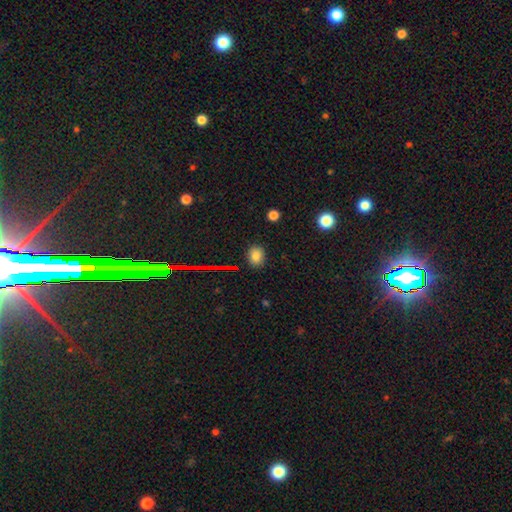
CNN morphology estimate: type=smooth (81%); roundness=round (49%, tied with in between); merging=none (87%).